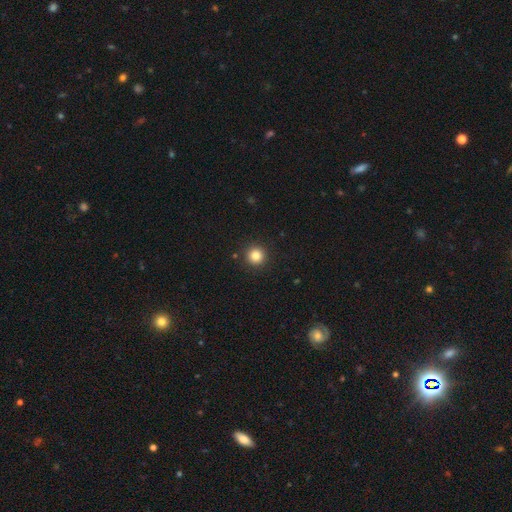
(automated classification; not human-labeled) A smooth galaxy with no disk features (83%) that is round (95%). Merging: none (92%).